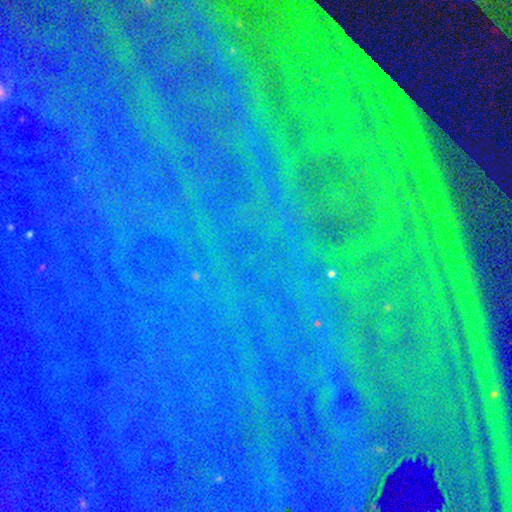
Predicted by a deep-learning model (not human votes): This is clearly a star or artifact rather than a galaxy (86%).